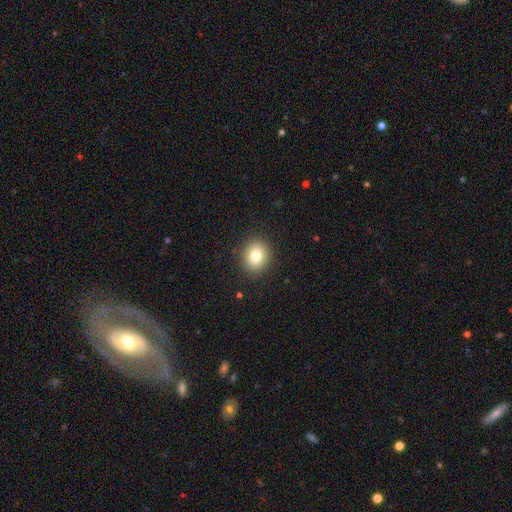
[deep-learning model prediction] Smooth or featured? Predicted: smooth (p=0.81). How rounded? Predicted: round (p=0.70). Merging? Predicted: none (p=0.90).